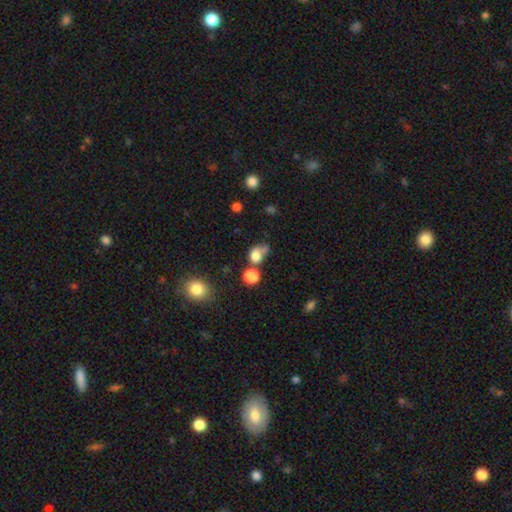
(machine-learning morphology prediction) smooth_or_featured: smooth (p=0.76) [alt: star or artifact p=0.13]
how_rounded: round (p=0.61) [alt: in between p=0.37]
merging: none (p=0.37) [alt: merger p=0.29]